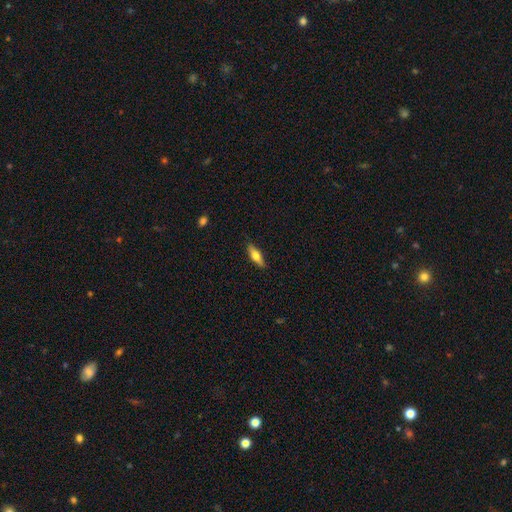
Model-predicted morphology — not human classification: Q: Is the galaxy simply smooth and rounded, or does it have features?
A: smooth — 61%.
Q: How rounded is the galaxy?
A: cigar-shaped — 57%.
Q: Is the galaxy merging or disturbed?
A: none — 84%.